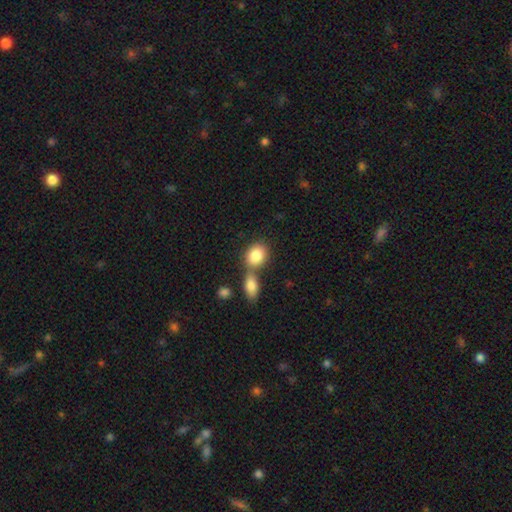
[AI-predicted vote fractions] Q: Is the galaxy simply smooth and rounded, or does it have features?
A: smooth — 85%.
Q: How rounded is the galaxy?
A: in between — 53%.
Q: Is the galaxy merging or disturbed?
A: merger — 44%.